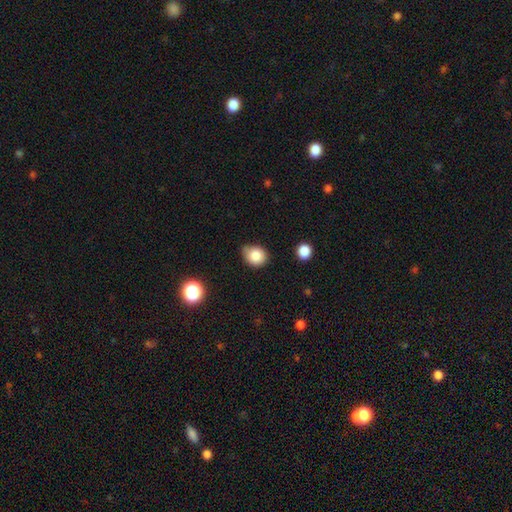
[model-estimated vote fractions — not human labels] A smooth galaxy with no disk features (83%) that is round (63%). Merging: none (58%).